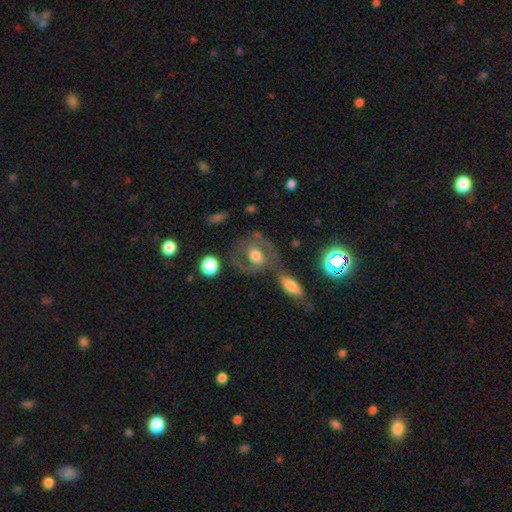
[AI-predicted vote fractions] Smooth or featured: featured or disk — 58% (smooth — 34%)
Edge-on disk: no — 93% (yes — 7%)
Bar: no — 64% (weak — 26%)
Spiral arms: yes — 53% (no — 47%)
Bulge size: moderate — 53% (large — 34%)
Merging: none — 58% (minor disturbance — 16%)